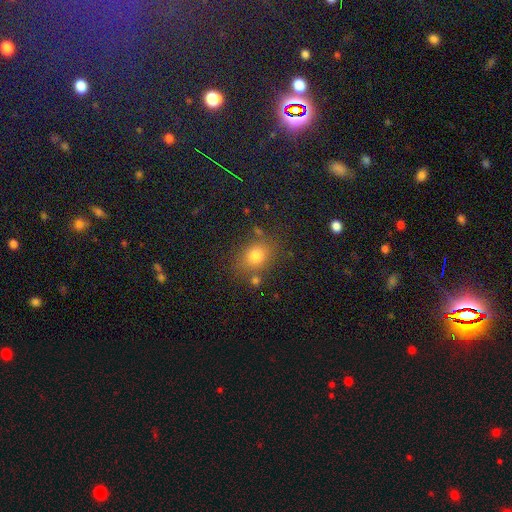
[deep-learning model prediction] This is likely a smooth galaxy (75%). How rounded: possibly round (51%). Merging: likely none (74%).